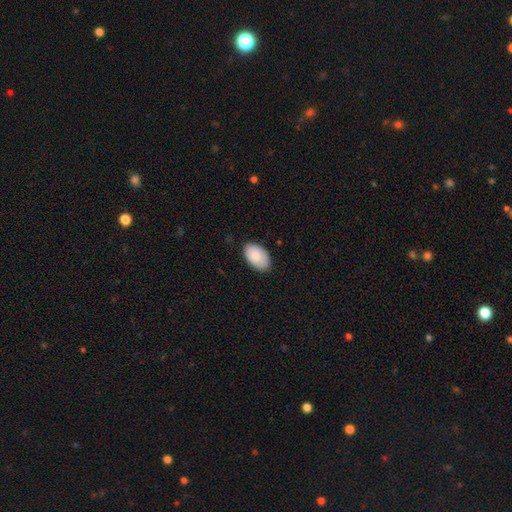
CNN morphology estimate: A smooth galaxy with no disk features (88%) that is in between round and cigar-shaped (95%). Merging: none (82%).